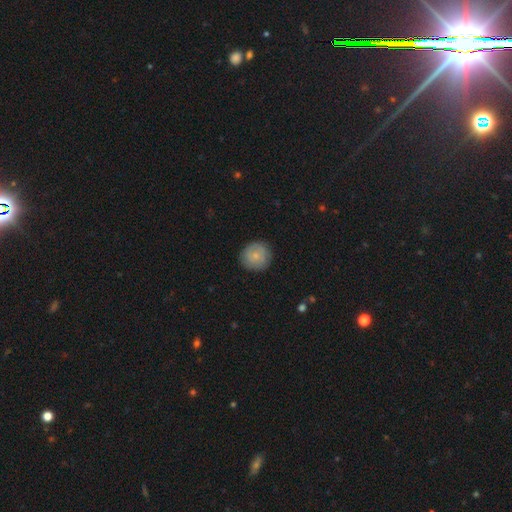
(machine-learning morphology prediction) The model was most divided on "smooth or featured": smooth: 62%, featured or disk: 31%, star or artifact: 7%. More confident: how rounded — round (90%); merging — none (84%).